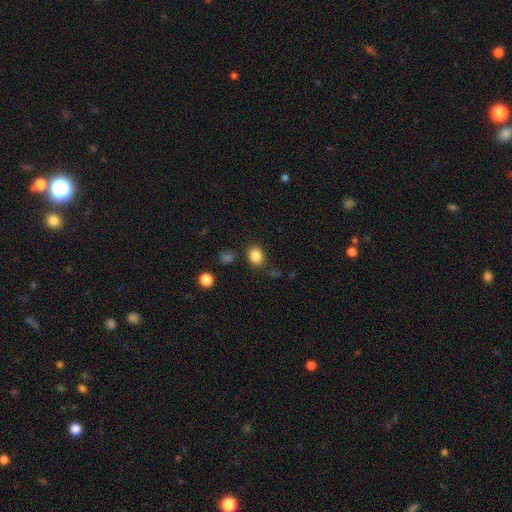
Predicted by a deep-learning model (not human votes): A smooth galaxy with no disk features (85%) that is round (52%).

Vote fractions:
- Smooth or featured? smooth: 85% / star or artifact: 10% / featured or disk: 4%
- How rounded? round: 52% / in between: 47% / cigar-shaped: 1%
- Merging? none: 82% / minor disturbance: 11% / merger: 3% / major disturbance: 3%